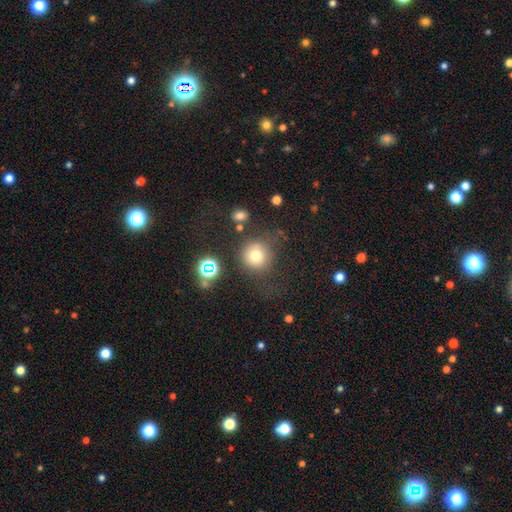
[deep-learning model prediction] Smooth or featured: smooth — 74% (star or artifact — 15%)
How rounded: round — 91% (in between — 8%)
Merging: none — 68% (minor disturbance — 16%)